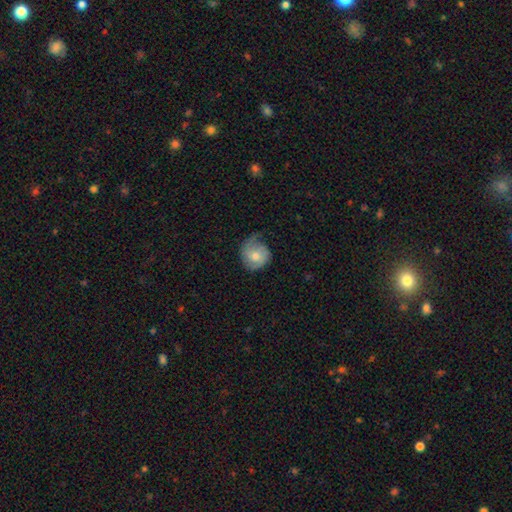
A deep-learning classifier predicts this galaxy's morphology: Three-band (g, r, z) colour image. It shows a smooth galaxy with no disk features (55%) that is round (80%). Merging: none (45%).